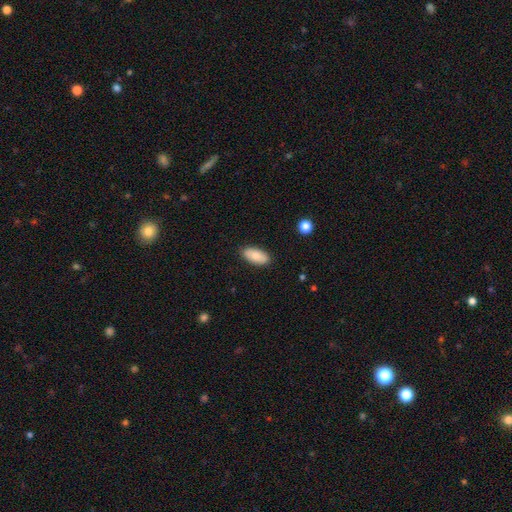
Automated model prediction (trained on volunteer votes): A smooth galaxy with no disk features (80%) that is in between round and cigar-shaped (93%).

Vote fractions:
- Smooth or featured? smooth: 80% / featured or disk: 14% / star or artifact: 6%
- How rounded? in between: 93% / cigar-shaped: 5% / round: 2%
- Merging? none: 87% / minor disturbance: 10% / major disturbance: 2% / merger: 1%